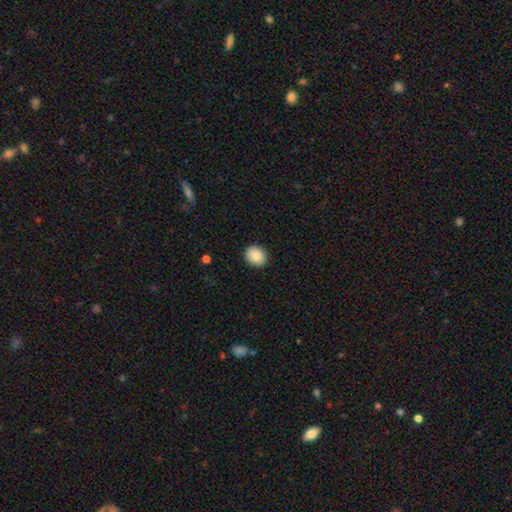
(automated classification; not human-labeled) smooth-or-featured: smooth: 87% | star or artifact: 8% | featured or disk: 5%
  how-rounded: round: 62% | in between: 38% | cigar-shaped: 1%
  merging: none: 90% | minor disturbance: 8% | major disturbance: 2% | merger: 1%